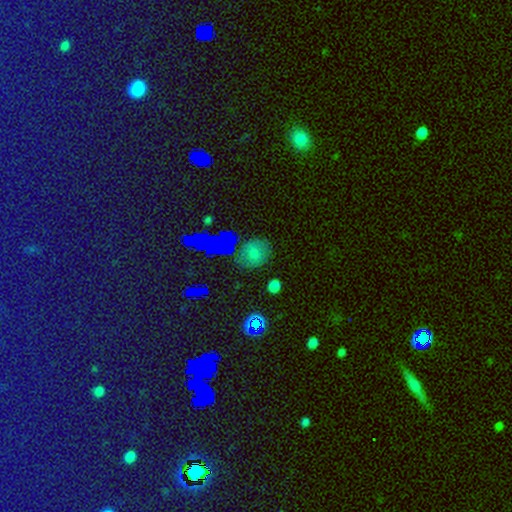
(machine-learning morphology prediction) star or artifact 49%, smooth 33%, featured or disk 18%.